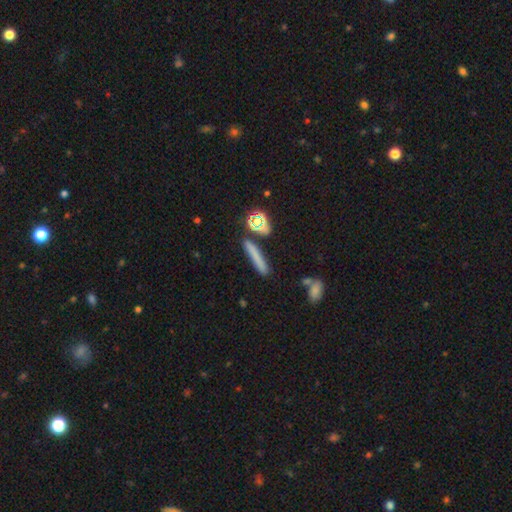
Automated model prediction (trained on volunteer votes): smooth-or-featured: smooth: 70% | featured or disk: 16% | star or artifact: 13%
  how-rounded: cigar-shaped: 89% | in between: 7% | round: 4%
  merging: none: 81% | minor disturbance: 10% | merger: 5% | major disturbance: 3%